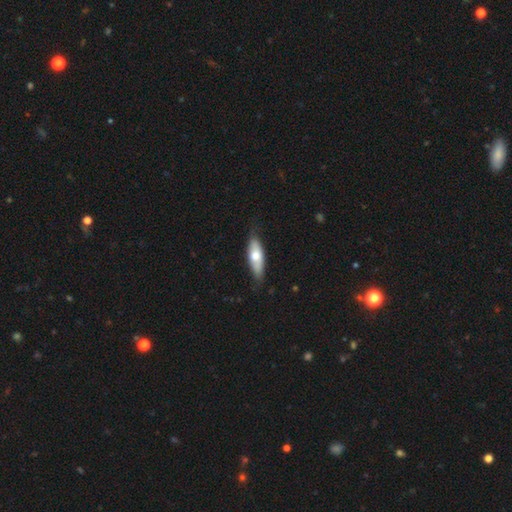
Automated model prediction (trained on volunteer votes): This appears to be a smooth galaxy with no disk features (62%) that is in between round and cigar-shaped (61%). Merging: none (75%).